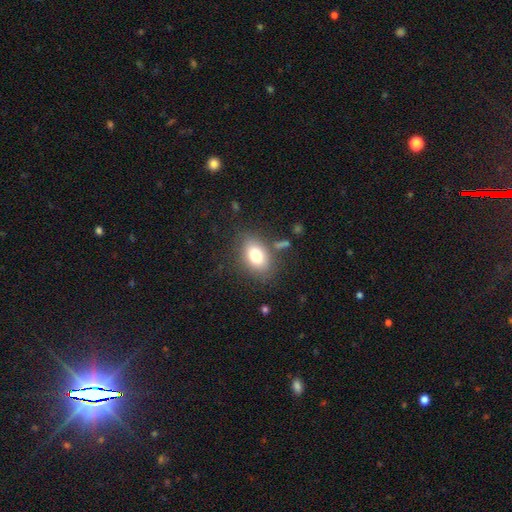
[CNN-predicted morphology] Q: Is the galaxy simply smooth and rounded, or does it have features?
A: smooth — 77%.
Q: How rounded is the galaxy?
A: in between — 80%.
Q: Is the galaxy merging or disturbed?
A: none — 76%.